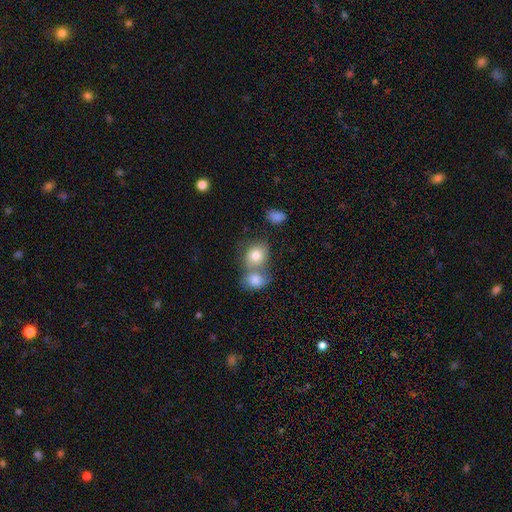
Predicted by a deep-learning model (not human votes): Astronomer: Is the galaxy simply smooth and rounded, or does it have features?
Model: smooth — 80%.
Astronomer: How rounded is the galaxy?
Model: round — 58% (runner-up: in between, 41%).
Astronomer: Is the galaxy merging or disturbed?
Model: merger — 51% (runner-up: none, 36%).